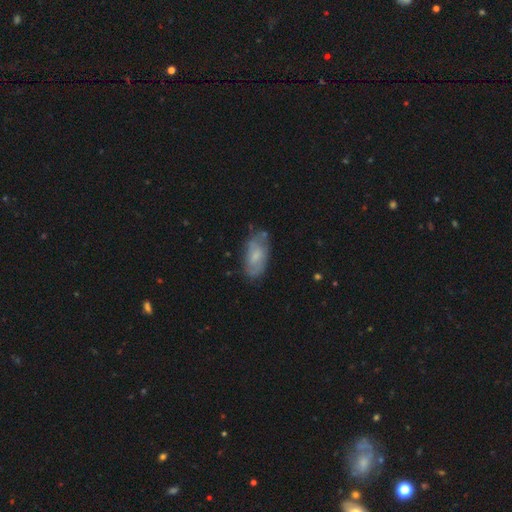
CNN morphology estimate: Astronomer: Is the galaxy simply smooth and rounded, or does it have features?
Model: smooth — 52% (runner-up: featured or disk, 40%).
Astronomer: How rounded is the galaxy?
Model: in between — 89%.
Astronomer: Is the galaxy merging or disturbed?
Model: none — 66%.